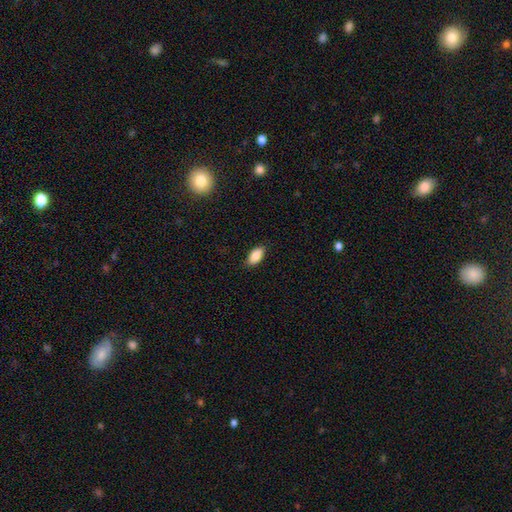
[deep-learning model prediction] This appears to be a smooth galaxy with no disk features (87%) that is in between round and cigar-shaped (92%). Merging: none (85%).